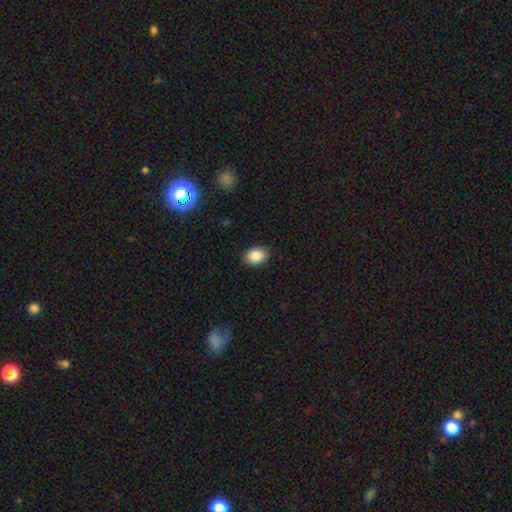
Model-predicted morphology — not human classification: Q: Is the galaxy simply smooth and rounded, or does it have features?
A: smooth — 87%.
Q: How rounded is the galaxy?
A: in between — 73%.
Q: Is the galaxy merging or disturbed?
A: none — 89%.